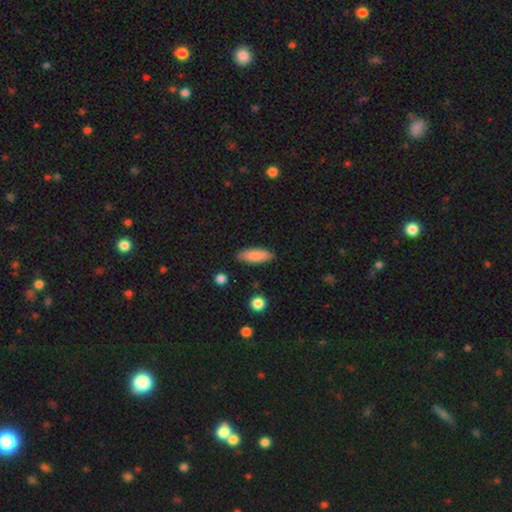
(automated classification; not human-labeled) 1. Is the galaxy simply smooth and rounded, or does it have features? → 84% smooth, 10% featured or disk, 6% star or artifact.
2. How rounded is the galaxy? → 57% in between, 41% cigar-shaped, 2% round.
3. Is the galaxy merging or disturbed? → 86% none, 11% minor disturbance, 2% major disturbance, 2% merger.